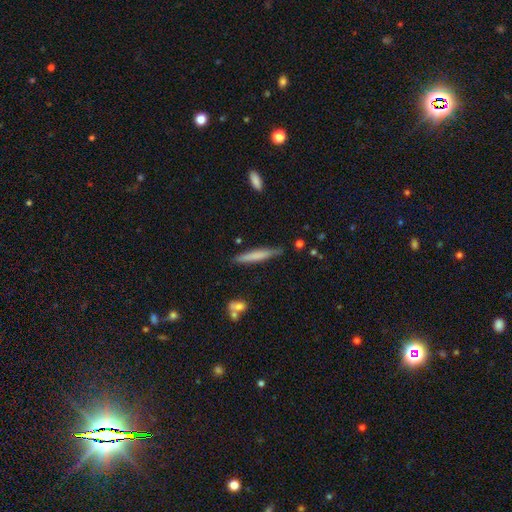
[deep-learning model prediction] Overall: smooth (65%; featured or disk 29%). How rounded: cigar-shaped (94%). Merging: none (82%).